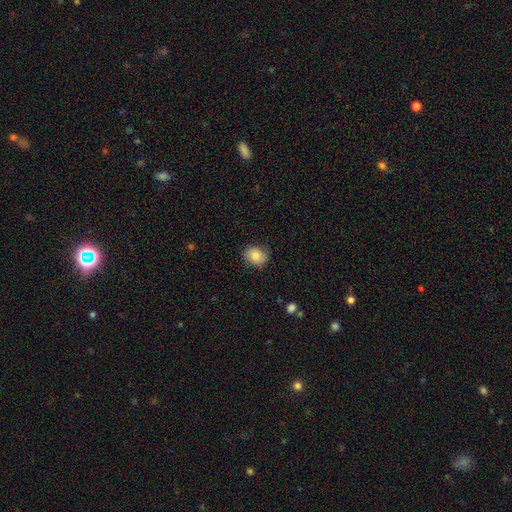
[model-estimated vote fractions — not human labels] smooth-or-featured: smooth: 81% | featured or disk: 11% | star or artifact: 8%
  how-rounded: round: 50% | in between: 49% | cigar-shaped: 1%
  merging: none: 81% | minor disturbance: 15% | major disturbance: 3% | merger: 1%